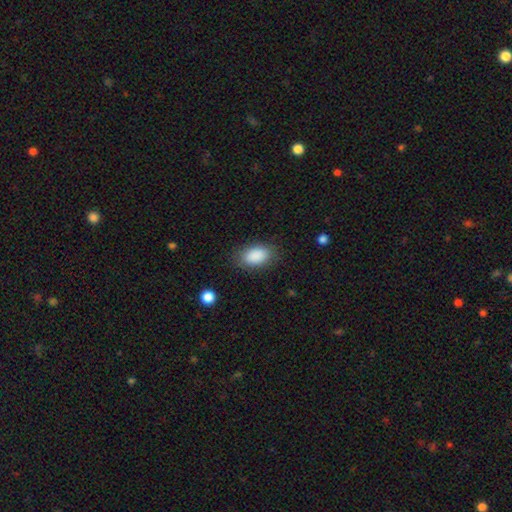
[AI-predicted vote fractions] A smooth galaxy with no disk features (89%) that is in between round and cigar-shaped (91%).

Vote fractions:
- Smooth or featured? smooth: 89% / star or artifact: 7% / featured or disk: 4%
- How rounded? in between: 91% / round: 7% / cigar-shaped: 2%
- Merging? none: 83% / minor disturbance: 12% / major disturbance: 4% / merger: 1%